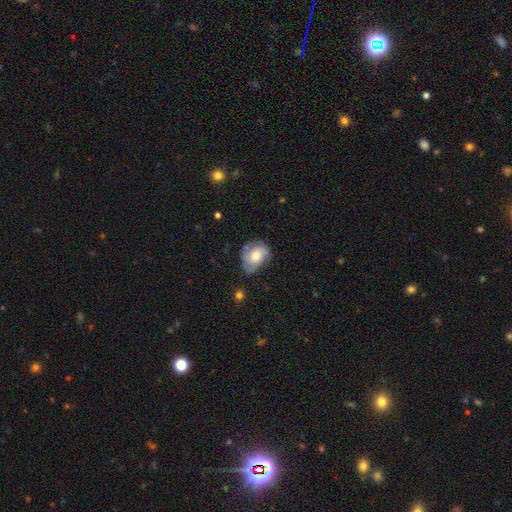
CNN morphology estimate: This appears to be a featured or disk galaxy (56%) with no bar (76%), spiral arms (84%) and a moderate central bulge (56%). Merging: none (59%).